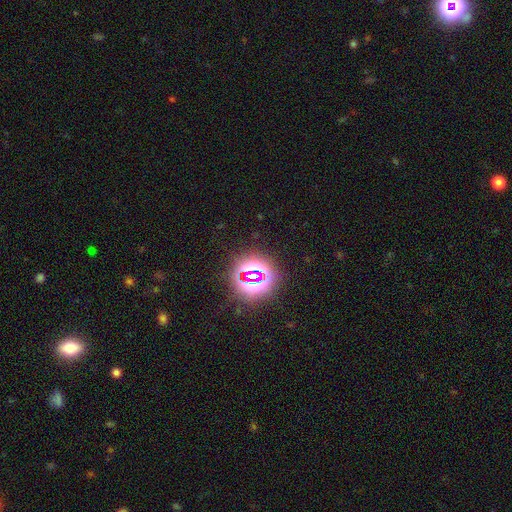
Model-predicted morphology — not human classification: This appears to be a star or artifact, not a galaxy (76%).